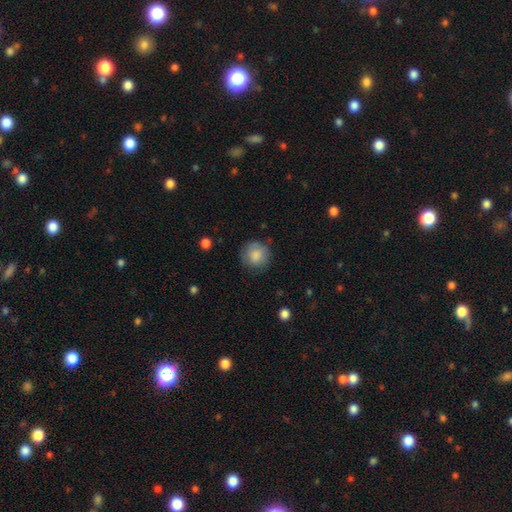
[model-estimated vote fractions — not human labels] A smooth galaxy with no disk features (85%) that is round (92%).

Vote fractions:
- Smooth or featured? smooth: 85% / featured or disk: 8% / star or artifact: 8%
- How rounded? round: 92% / in between: 7% / cigar-shaped: 1%
- Merging? none: 79% / minor disturbance: 15% / major disturbance: 4% / merger: 1%